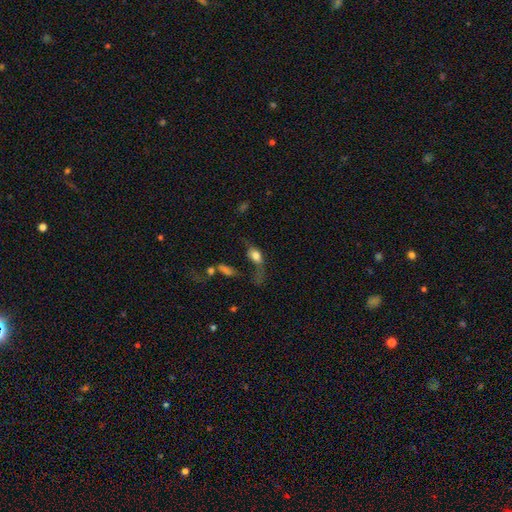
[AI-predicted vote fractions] Morphology: type=smooth (67%); roundness=in between (76%); merging=major disturbance (47%).